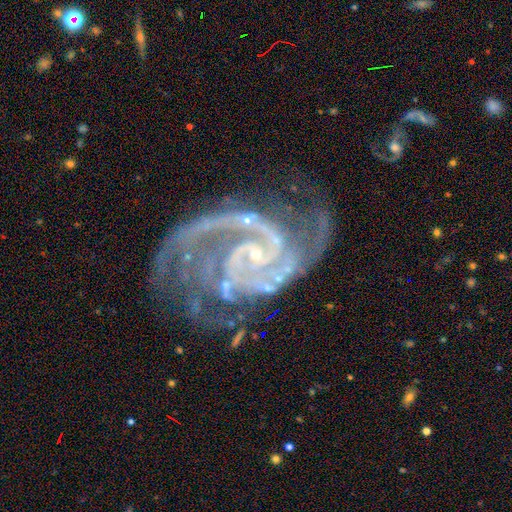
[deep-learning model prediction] smooth-or-featured: featured or disk: 93% | star or artifact: 5% | smooth: 2%
  disk-edge-on: no: 98% | yes: 2%
    bar: no: 56% | weak: 32% | strong: 12%
    has-spiral-arms: yes: 98% | no: 2%
      spiral-winding: medium: 50% | tight: 40% | loose: 10%
      spiral-arm-count: 2: 57% | 3: 16% | can't tell: 8% | 4: 6% | 1: 6% | more than 4: 6%
    bulge-size: small: 83% | moderate: 8% | none: 7% | large: 1% | dominant: 1%
  merging: none: 53% | major disturbance: 22% | minor disturbance: 21% | merger: 4%